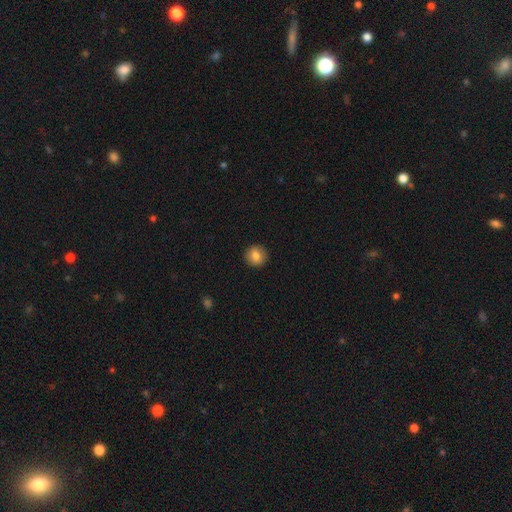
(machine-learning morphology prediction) Q: Smooth or featured?
A: smooth (82%); runner-up: featured or disk (10%)
Q: How rounded?
A: round (90%); runner-up: in between (9%)
Q: Merging?
A: none (92%); runner-up: minor disturbance (6%)